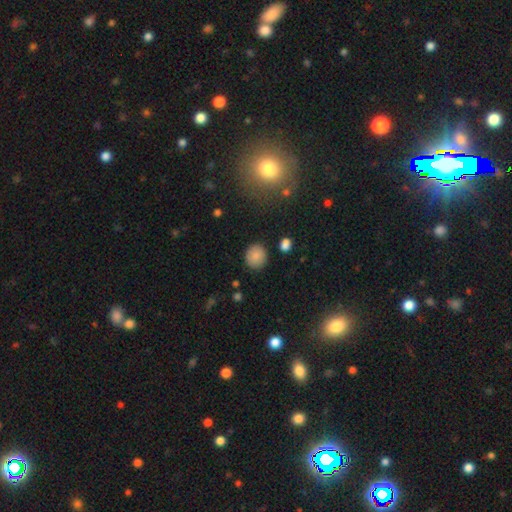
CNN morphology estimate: type=smooth (84%); roundness=round (84%); merging=none (87%).